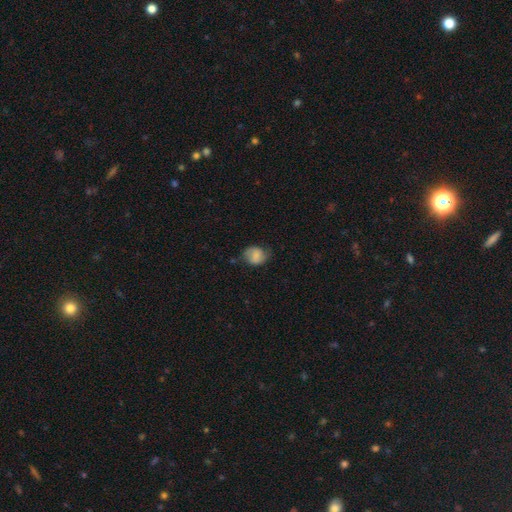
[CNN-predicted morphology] Overall: smooth (69%). How rounded: round (55%; in between 44%). Merging: none (61%; minor disturbance 27%).